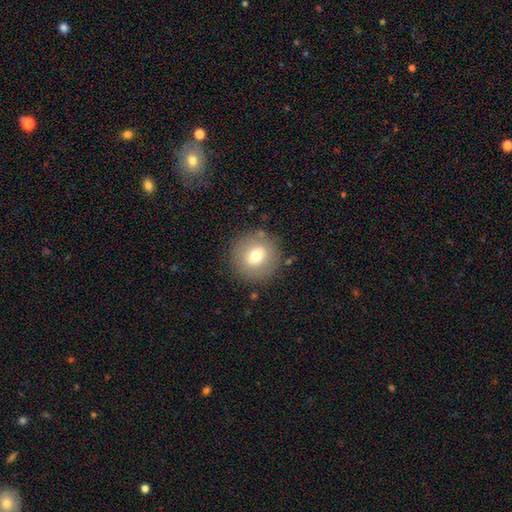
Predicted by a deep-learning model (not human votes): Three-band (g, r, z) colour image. It shows a smooth galaxy with no disk features (70%) that is round (93%). Merging: none (85%).